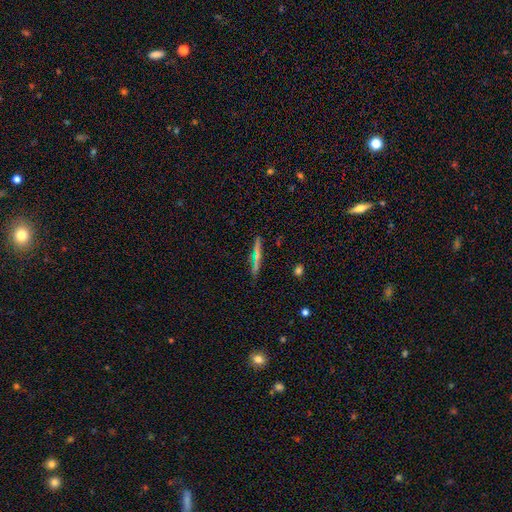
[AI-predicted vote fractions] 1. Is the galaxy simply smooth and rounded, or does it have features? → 57% featured or disk, 31% smooth, 12% star or artifact.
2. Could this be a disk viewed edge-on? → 95% yes, 5% no.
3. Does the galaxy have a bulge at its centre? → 51% rounded, 42% none, 7% boxy.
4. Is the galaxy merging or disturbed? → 88% none, 8% minor disturbance, 2% merger, 2% major disturbance.